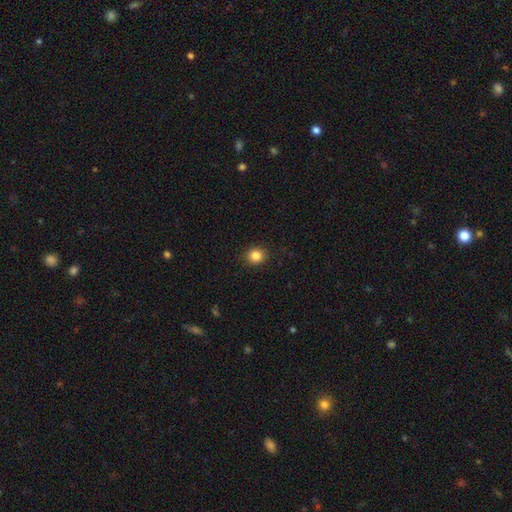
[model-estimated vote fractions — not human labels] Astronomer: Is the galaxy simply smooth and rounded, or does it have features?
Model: smooth — 85%.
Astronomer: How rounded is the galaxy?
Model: round — 81%.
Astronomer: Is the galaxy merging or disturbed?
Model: none — 90%.